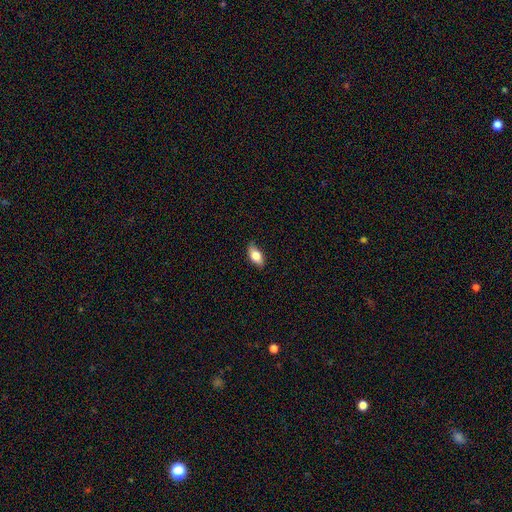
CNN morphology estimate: Smooth or featured? Predicted: smooth (p=0.78). How rounded? Predicted: in between (p=0.89). Merging? Predicted: none (p=0.80).